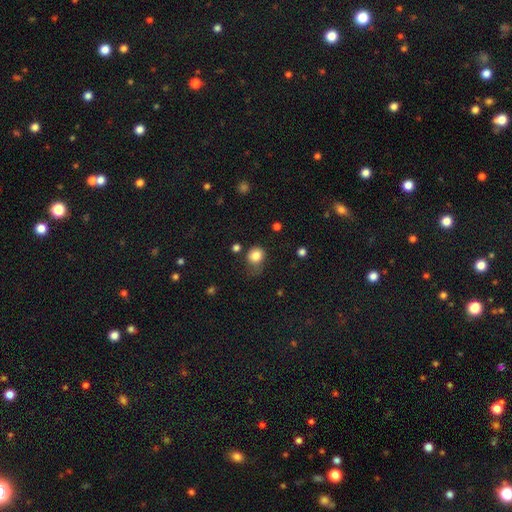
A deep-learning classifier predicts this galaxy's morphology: type=smooth (82%); roundness=round (72%); merging=none (51%).